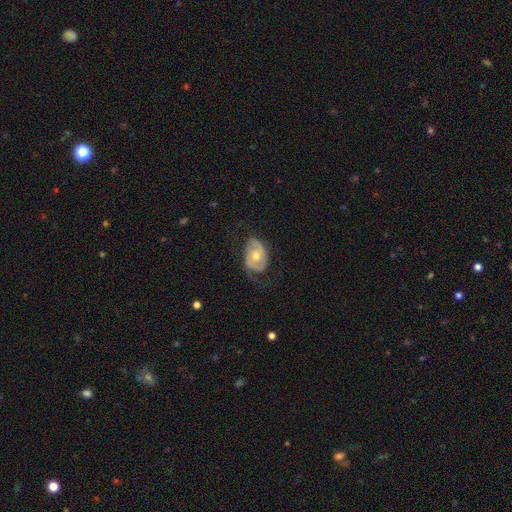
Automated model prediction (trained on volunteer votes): Morphology: type=featured or disk (69%); edge-on=no (95%); bar=no (67%); spiral arms=yes (77%); winding=medium (38%); arm count=2 (69%); bulge=moderate (74%); merging=none (58%).